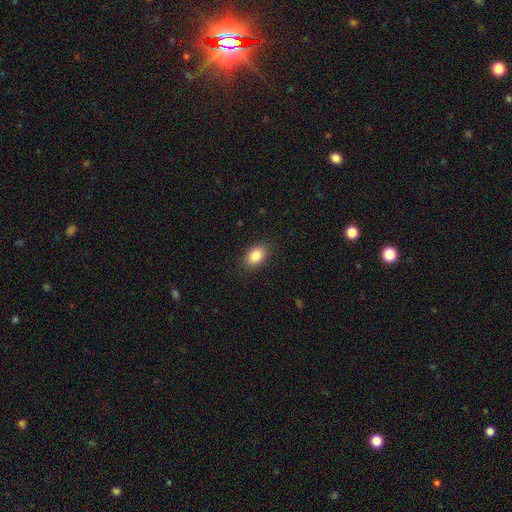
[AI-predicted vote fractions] Smooth or featured?
  - smooth: 85% *
  - star or artifact: 8%
  - featured or disk: 6%
How rounded?
  - in between: 84% *
  - round: 15%
  - cigar-shaped: 1%
Merging?
  - none: 87% *
  - minor disturbance: 9%
  - major disturbance: 2%
  - merger: 1%